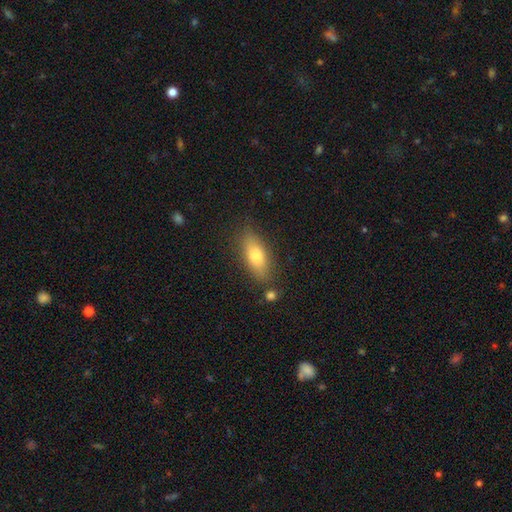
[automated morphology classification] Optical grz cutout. It shows a smooth galaxy with no disk features (73%) that is in between round and cigar-shaped (73%). Merging: none (80%).